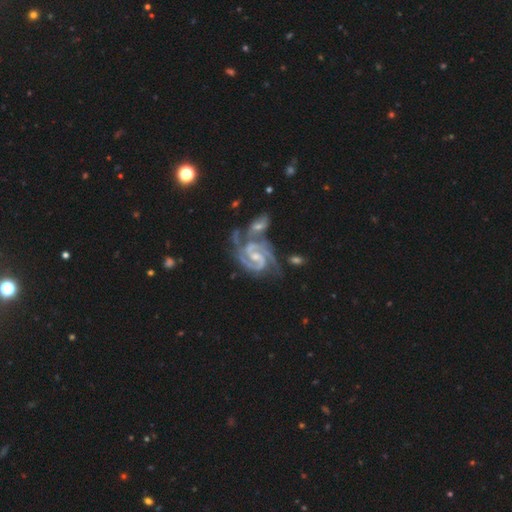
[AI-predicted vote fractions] smooth_or_featured: featured or disk (p=0.94) [alt: star or artifact p=0.04]
disk_edge_on: no (p=0.98) [alt: yes p=0.02]
bar: weak (p=0.46) [alt: no p=0.29]
has_spiral_arms: yes (p=0.99) [alt: no p=0.01]
spiral_winding: tight (p=0.52) [alt: medium p=0.42]
spiral_arm_count: 2 (p=0.76) [alt: 3 p=0.13]
bulge_size: small (p=0.54) [alt: moderate p=0.37]
merging: none (p=0.37) [alt: merger p=0.36]